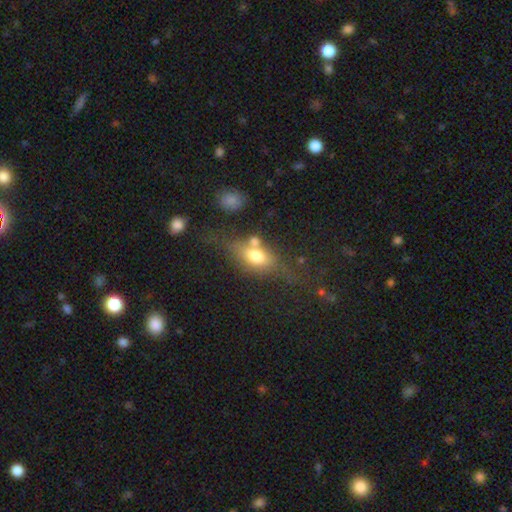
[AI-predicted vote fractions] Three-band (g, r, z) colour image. It shows a smooth galaxy with no disk features (64%) that is in between round and cigar-shaped (76%). Merging: none (46%).